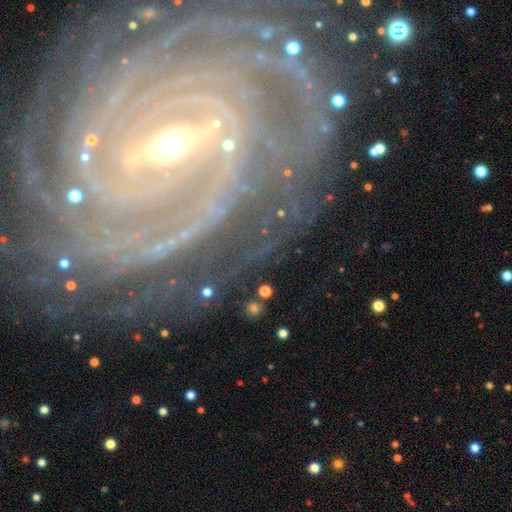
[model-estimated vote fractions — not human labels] This is clearly a featured or disk galaxy (90%). It is clearly not viewed edge-on (96%). Bar: possibly strong (59%). Spiral arm pattern: clearly yes (97%). Spiral arm count: marginally can't tell (21%). Spiral winding: clearly tight (82%). Central bulge: possibly small (52%). Merging: likely none (76%).